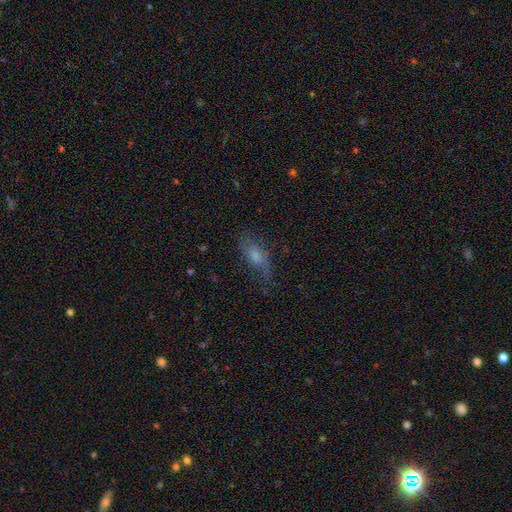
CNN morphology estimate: smooth 45%, featured or disk 42%, star or artifact 14%. Down the decision tree: merging — none (57%).